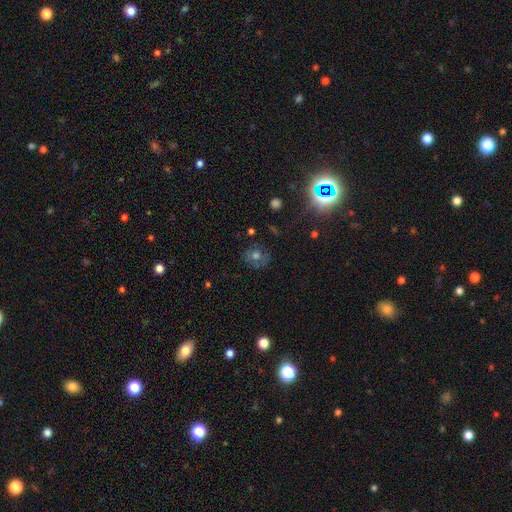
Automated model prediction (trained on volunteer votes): Smooth or featured? smooth (47%)
Merging? none (74%)